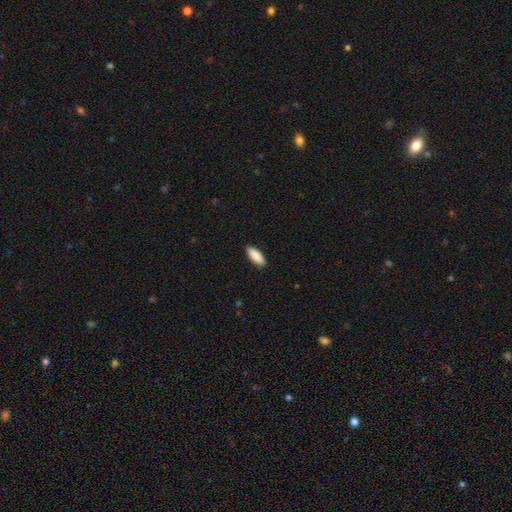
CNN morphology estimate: smooth-or-featured: smooth: 90% | star or artifact: 6% | featured or disk: 4%
  how-rounded: in between: 74% | cigar-shaped: 24% | round: 2%
  merging: none: 90% | minor disturbance: 7% | major disturbance: 2% | merger: 1%